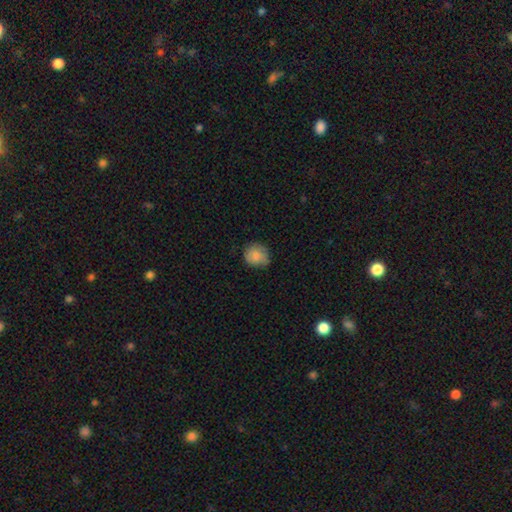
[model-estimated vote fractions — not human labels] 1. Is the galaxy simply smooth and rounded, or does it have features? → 82% smooth, 11% featured or disk, 7% star or artifact.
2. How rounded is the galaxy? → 83% round, 16% in between, 1% cigar-shaped.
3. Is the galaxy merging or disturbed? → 68% none, 25% minor disturbance, 5% major disturbance, 1% merger.